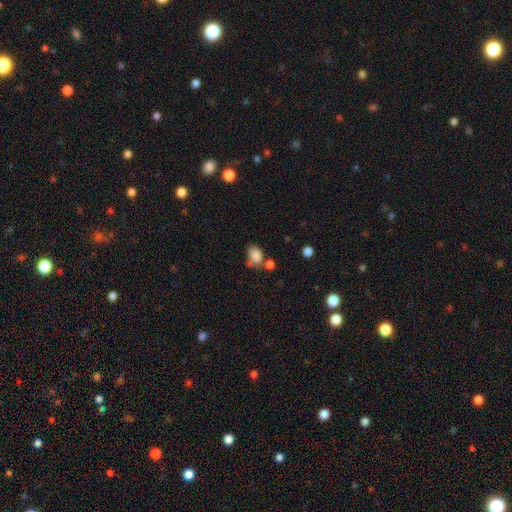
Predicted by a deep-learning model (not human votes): Smooth or featured: smooth — 84% (star or artifact — 10%)
How rounded: in between — 75% (round — 24%)
Merging: none — 53% (merger — 24%)